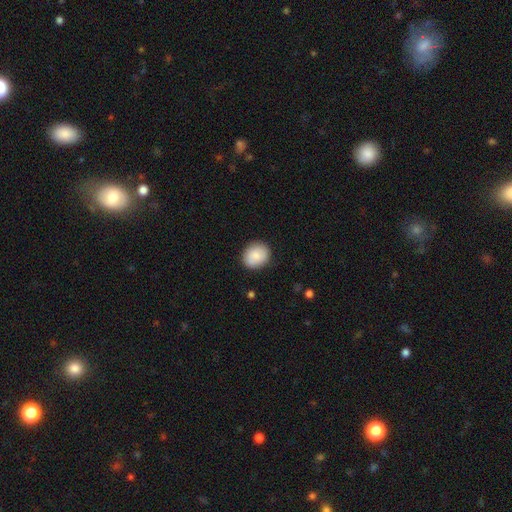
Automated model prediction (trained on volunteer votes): Q: Smooth or featured?
A: smooth (81%); runner-up: featured or disk (12%)
Q: How rounded?
A: round (70%); runner-up: in between (29%)
Q: Merging?
A: none (85%); runner-up: minor disturbance (11%)